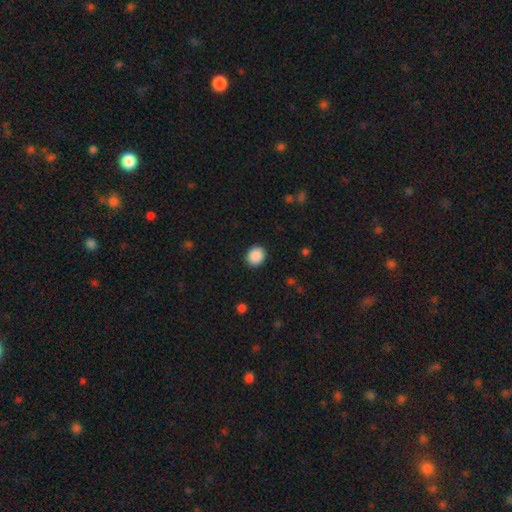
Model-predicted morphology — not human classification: This appears to be a smooth galaxy with no disk features (89%) that is round (78%). Merging: none (91%).